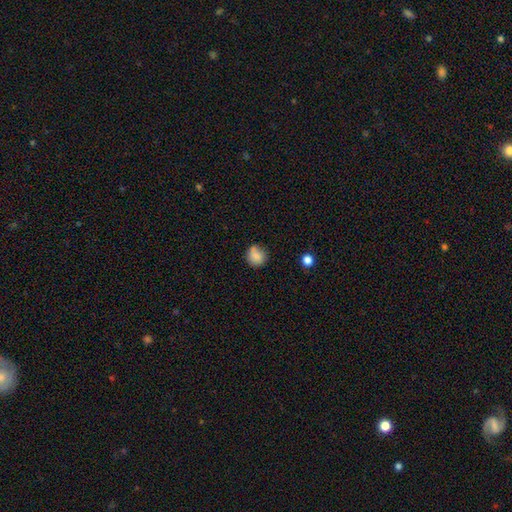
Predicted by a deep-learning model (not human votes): Overall: smooth (81%). How rounded: round (82%). Merging: none (66%).